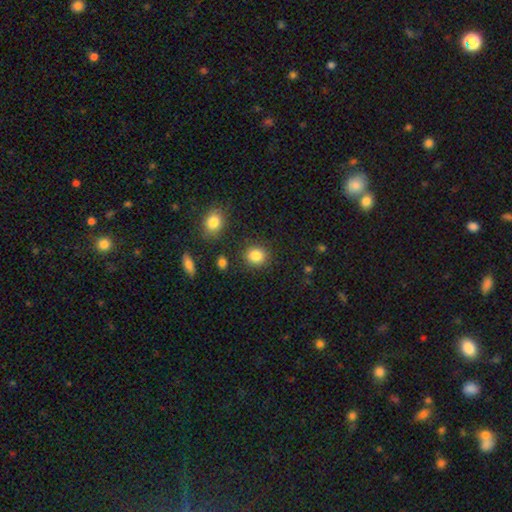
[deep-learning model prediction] smooth_or_featured: smooth (p=0.86) [alt: star or artifact p=0.10]
how_rounded: round (p=0.78) [alt: in between p=0.21]
merging: none (p=0.86) [alt: minor disturbance p=0.08]